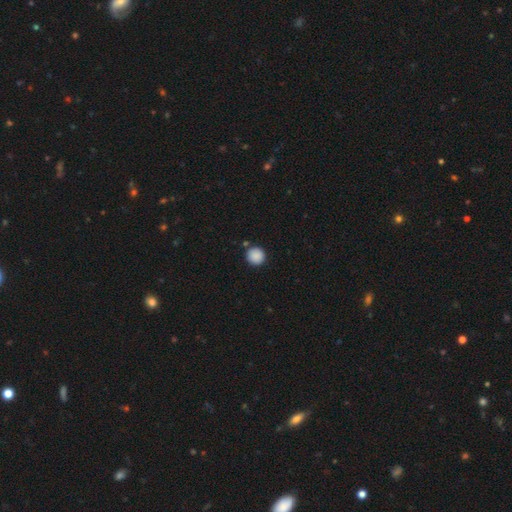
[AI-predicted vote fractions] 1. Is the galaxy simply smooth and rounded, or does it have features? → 89% smooth, 8% star or artifact, 3% featured or disk.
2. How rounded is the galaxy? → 95% round, 4% in between, 1% cigar-shaped.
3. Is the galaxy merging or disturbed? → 86% none, 8% minor disturbance, 4% merger, 2% major disturbance.